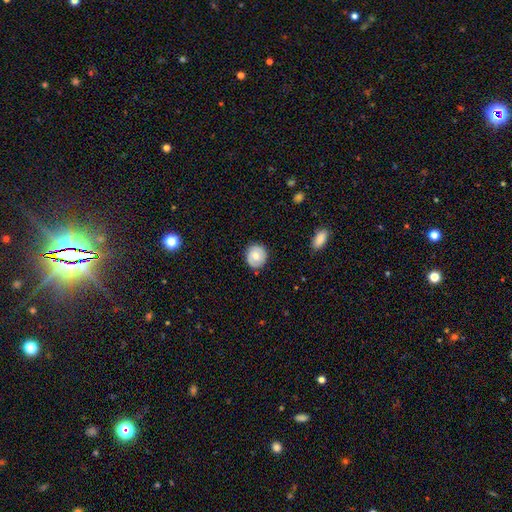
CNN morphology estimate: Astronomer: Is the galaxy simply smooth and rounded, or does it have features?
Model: smooth — 67%.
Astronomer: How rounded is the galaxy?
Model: round — 85%.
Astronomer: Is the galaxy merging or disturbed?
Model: none — 86%.